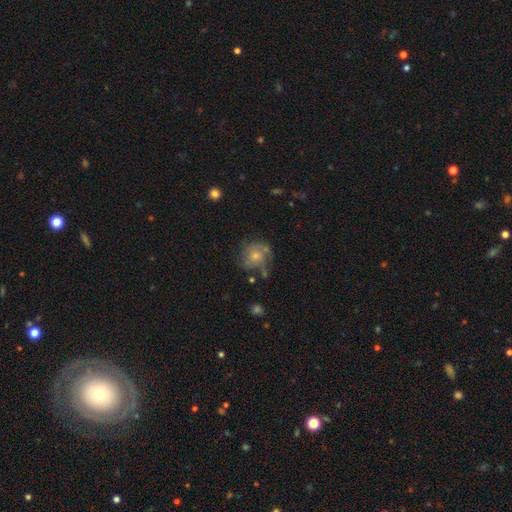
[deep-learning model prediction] This is possibly a featured or disk galaxy (53%). It is clearly not viewed edge-on (98%). Bar: clearly no (82%). Spiral arm pattern: likely yes (74%). Central bulge: possibly small (50%). Merging: possibly none (53%).